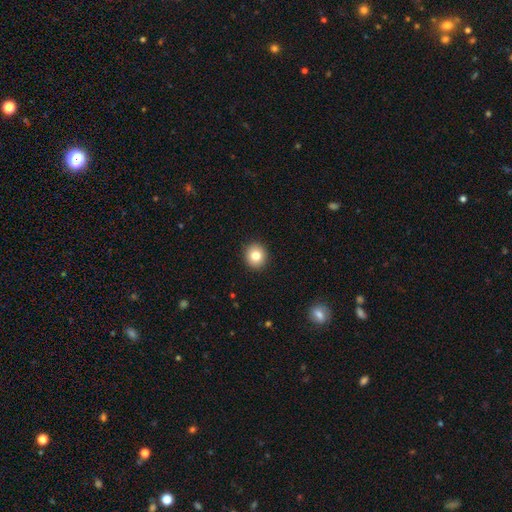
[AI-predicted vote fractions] Q: Smooth or featured?
A: smooth (81%); runner-up: star or artifact (10%)
Q: How rounded?
A: round (86%); runner-up: in between (13%)
Q: Merging?
A: none (92%); runner-up: minor disturbance (5%)